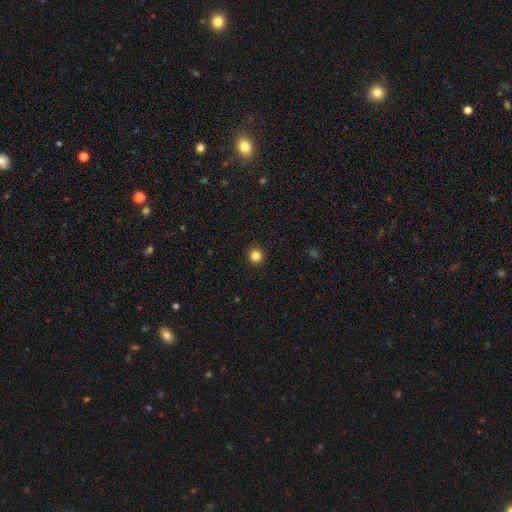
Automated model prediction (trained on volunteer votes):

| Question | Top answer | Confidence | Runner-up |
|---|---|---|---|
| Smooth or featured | smooth | 84% | star or artifact (12%) |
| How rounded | round | 95% | in between (4%) |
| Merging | none | 93% | minor disturbance (4%) |